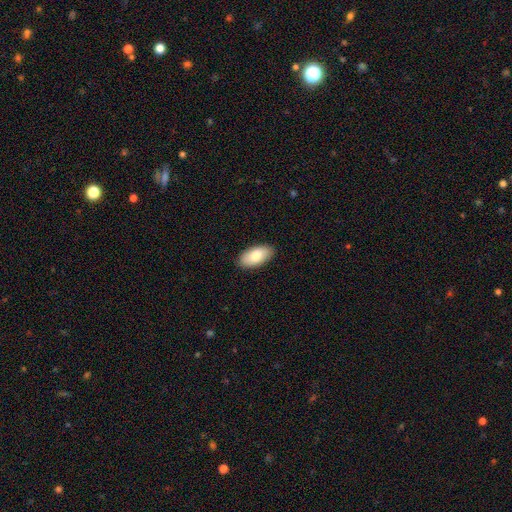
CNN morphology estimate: Smooth or featured?
  - smooth: 79% *
  - featured or disk: 15%
  - star or artifact: 6%
How rounded?
  - in between: 95% *
  - cigar-shaped: 3%
  - round: 3%
Merging?
  - none: 89% *
  - minor disturbance: 8%
  - major disturbance: 2%
  - merger: 1%